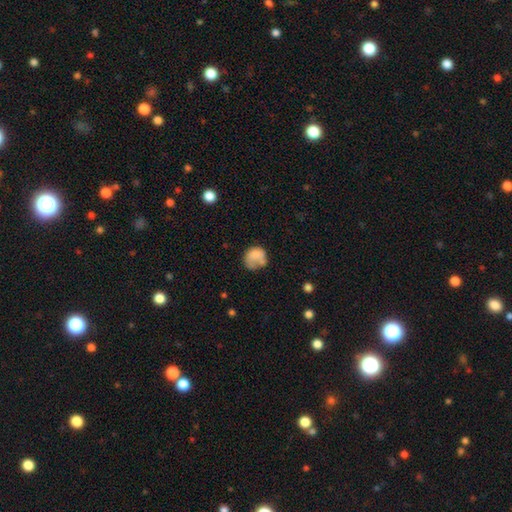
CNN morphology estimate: Smooth or featured?
  - smooth: 72% *
  - featured or disk: 19%
  - star or artifact: 9%
How rounded?
  - round: 70% *
  - in between: 29%
  - cigar-shaped: 1%
Merging?
  - none: 43% *
  - minor disturbance: 28%
  - major disturbance: 19%
  - merger: 11%